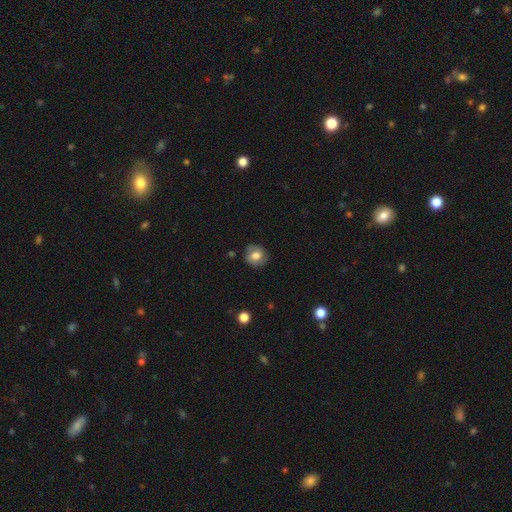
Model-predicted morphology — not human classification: This is likely a smooth galaxy (68%). How rounded: clearly round (81%). Merging: clearly none (82%).